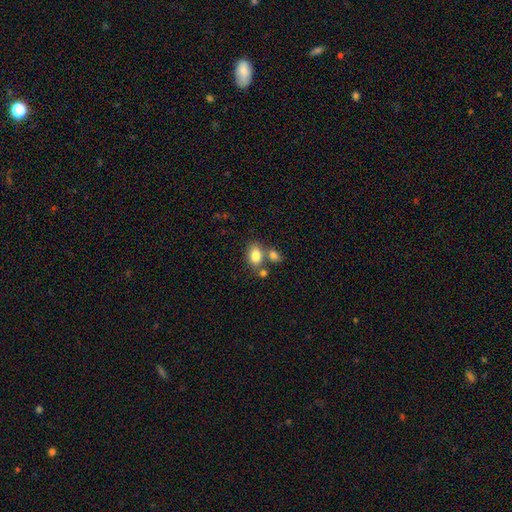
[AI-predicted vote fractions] This is clearly a smooth galaxy (82%). How rounded: likely in between (80%). Merging: possibly none (53%).